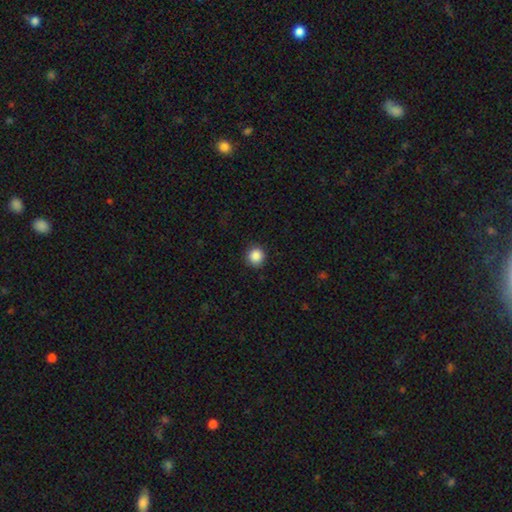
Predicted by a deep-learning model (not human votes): smooth 88%, star or artifact 10%, featured or disk 3%. Down the decision tree: how rounded — round (94%); merging — none (91%).